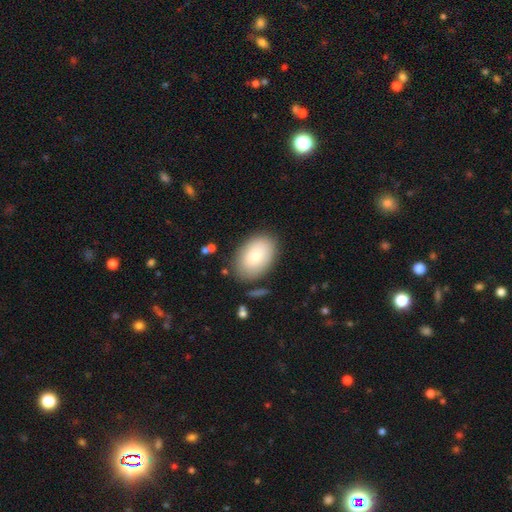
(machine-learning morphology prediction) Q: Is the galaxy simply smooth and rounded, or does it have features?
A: smooth — 78%.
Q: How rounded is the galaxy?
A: in between — 88%.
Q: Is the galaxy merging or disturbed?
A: none — 82%.